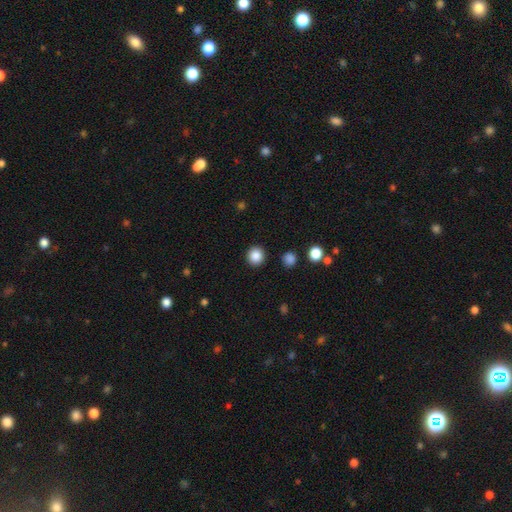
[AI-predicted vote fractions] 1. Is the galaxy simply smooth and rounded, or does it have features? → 87% smooth, 10% star or artifact, 3% featured or disk.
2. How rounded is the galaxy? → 89% round, 10% in between, 1% cigar-shaped.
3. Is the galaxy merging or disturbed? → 91% none, 6% minor disturbance, 2% major disturbance, 2% merger.